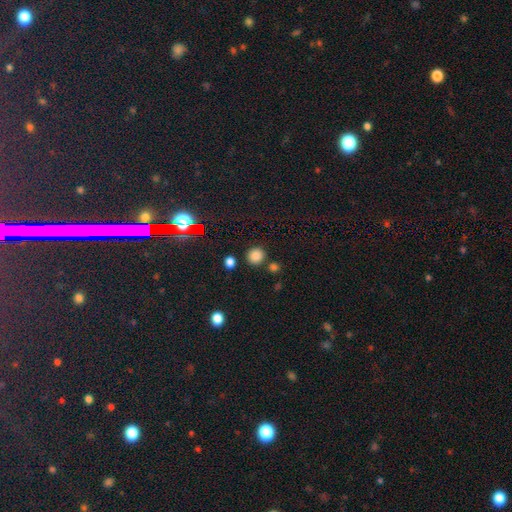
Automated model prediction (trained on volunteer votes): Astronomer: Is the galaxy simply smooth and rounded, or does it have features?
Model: smooth — 78%.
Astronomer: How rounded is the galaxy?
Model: round — 91%.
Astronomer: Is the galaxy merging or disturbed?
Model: none — 81%.